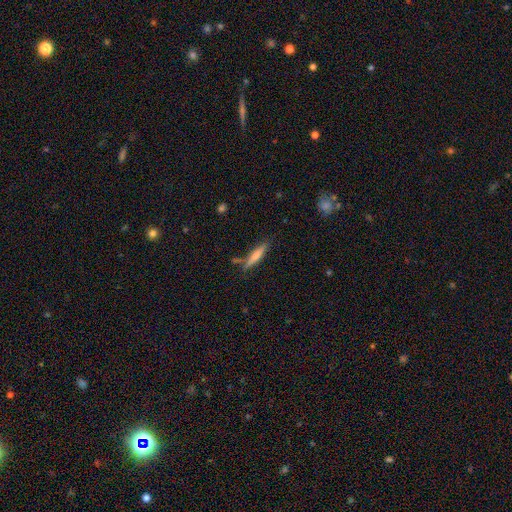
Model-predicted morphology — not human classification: smooth 65%, featured or disk 29%, star or artifact 6%. Down the decision tree: how rounded — cigar-shaped (88%); merging — none (77%).